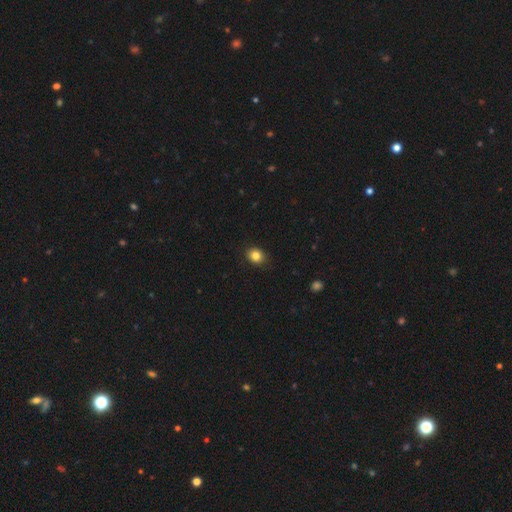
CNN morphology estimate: Smooth or featured?
  - smooth: 84% *
  - star or artifact: 11%
  - featured or disk: 6%
How rounded?
  - round: 62% *
  - in between: 38%
  - cigar-shaped: 1%
Merging?
  - none: 89% *
  - minor disturbance: 8%
  - major disturbance: 2%
  - merger: 1%